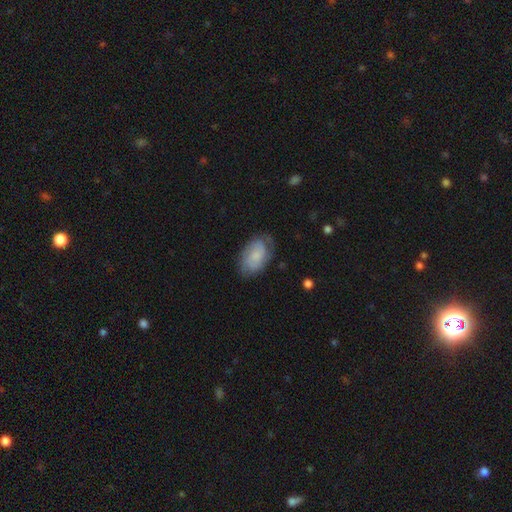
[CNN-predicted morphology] smooth_or_featured: smooth (p=0.50) [alt: featured or disk p=0.43]
how_rounded: in between (p=0.92) [alt: round p=0.06]
merging: none (p=0.70) [alt: minor disturbance p=0.22]